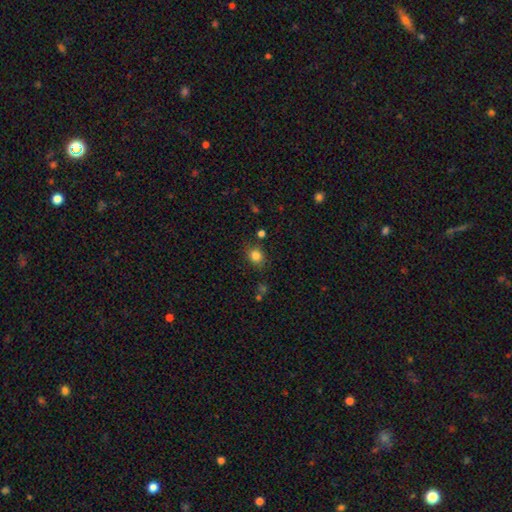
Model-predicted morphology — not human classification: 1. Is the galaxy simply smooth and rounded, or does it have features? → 82% smooth, 12% star or artifact, 6% featured or disk.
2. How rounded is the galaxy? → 65% round, 34% in between, 1% cigar-shaped.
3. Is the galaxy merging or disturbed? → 77% none, 14% minor disturbance, 4% major disturbance, 4% merger.